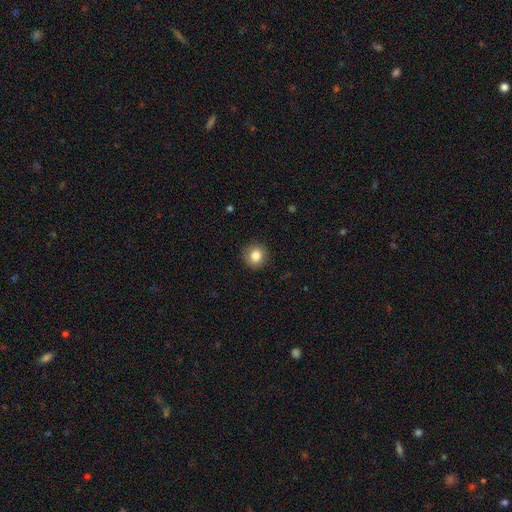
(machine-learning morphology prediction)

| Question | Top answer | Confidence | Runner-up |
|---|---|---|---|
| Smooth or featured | smooth | 83% | star or artifact (9%) |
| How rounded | round | 91% | in between (8%) |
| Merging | none | 90% | minor disturbance (7%) |